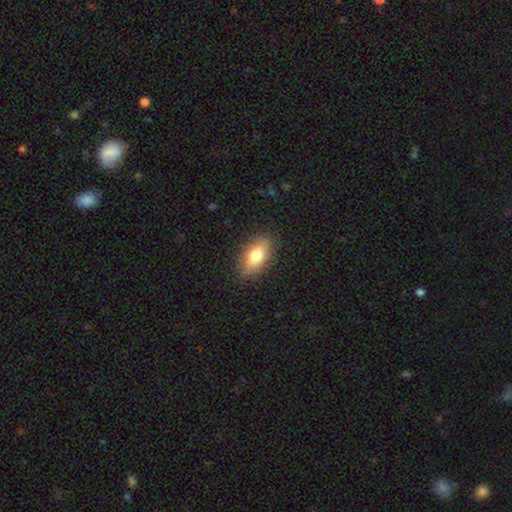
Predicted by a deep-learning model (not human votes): smooth-or-featured: smooth: 73% | featured or disk: 20% | star or artifact: 7%
  how-rounded: in between: 81% | cigar-shaped: 14% | round: 5%
  merging: none: 86% | minor disturbance: 11% | major disturbance: 3% | merger: 1%